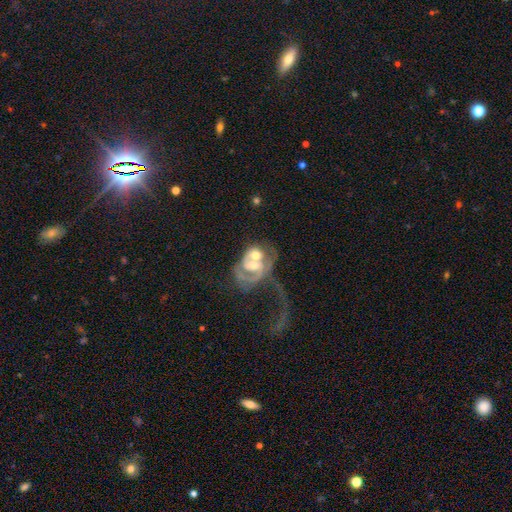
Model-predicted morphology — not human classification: This is likely a featured or disk galaxy (72%). It is clearly not viewed edge-on (97%). Bar: likely no (64%). Spiral arm pattern: likely yes (71%). Central bulge: possibly moderate (60%). Merging: likely merger (68%).